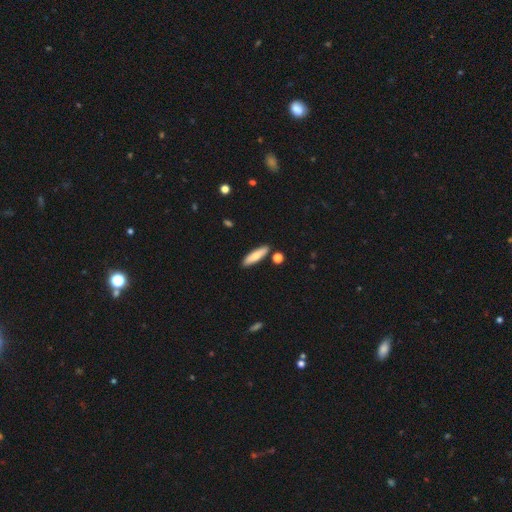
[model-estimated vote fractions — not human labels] This appears to be a smooth galaxy with no disk features (74%) that is cigar-shaped (67%). Merging: none (86%).